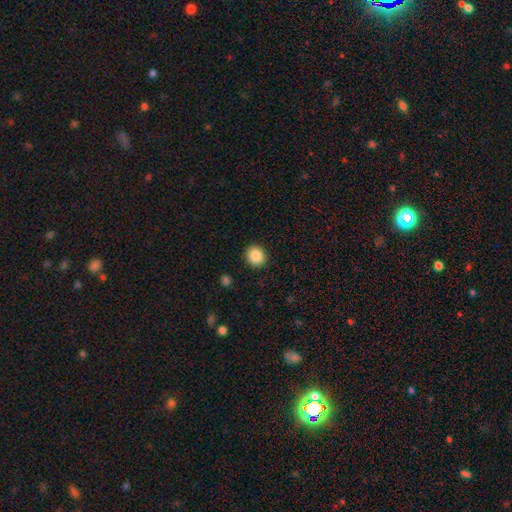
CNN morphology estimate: This appears to be a smooth galaxy with no disk features (87%) that is round (87%). Merging: none (92%).